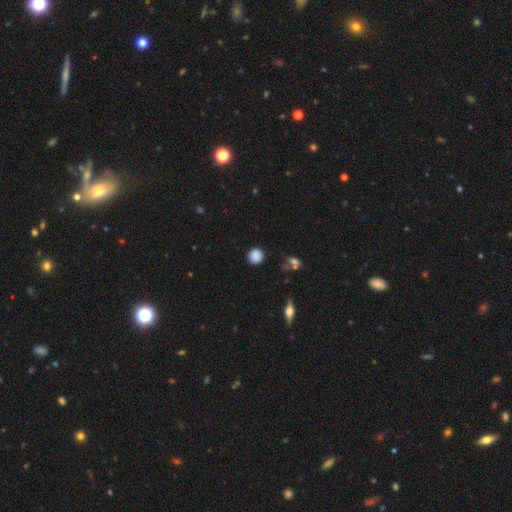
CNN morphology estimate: smooth-or-featured: smooth: 85% | star or artifact: 10% | featured or disk: 5%
  how-rounded: round: 91% | in between: 8% | cigar-shaped: 1%
  merging: none: 87% | minor disturbance: 8% | major disturbance: 3% | merger: 2%